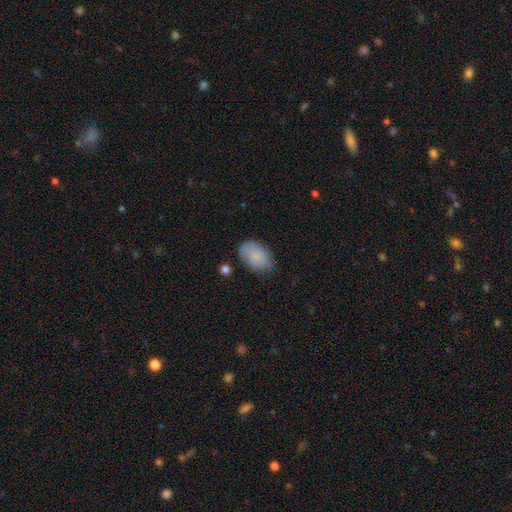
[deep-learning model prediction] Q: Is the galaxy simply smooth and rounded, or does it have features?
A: smooth — 84%.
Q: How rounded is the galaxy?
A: in between — 90%.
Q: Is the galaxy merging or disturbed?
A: none — 76%.